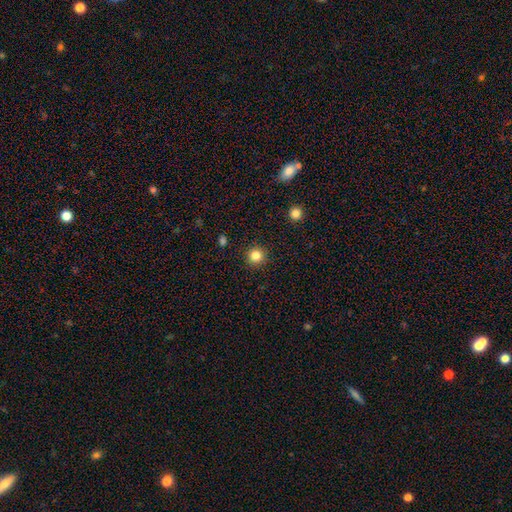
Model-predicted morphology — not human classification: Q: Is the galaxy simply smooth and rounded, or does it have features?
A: smooth — 83%.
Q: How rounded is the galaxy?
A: round — 95%.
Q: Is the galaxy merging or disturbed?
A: none — 92%.